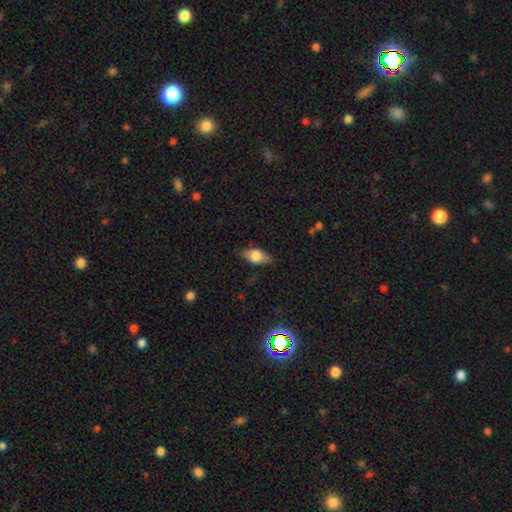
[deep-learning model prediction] This is likely a smooth galaxy (66%). How rounded: clearly in between (83%). Merging: likely none (79%).